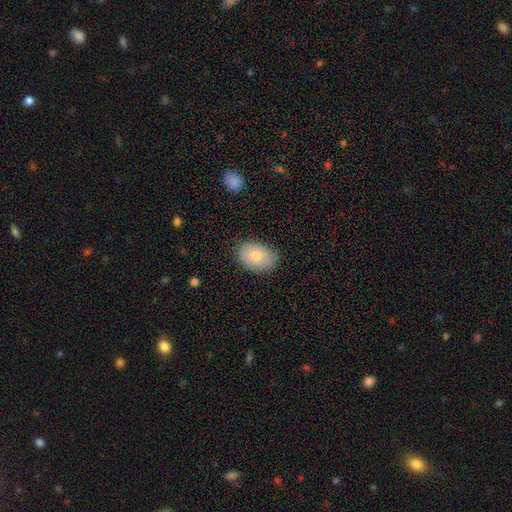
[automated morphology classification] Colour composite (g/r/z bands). It shows a smooth galaxy with no disk features (77%) that is in between round and cigar-shaped (83%). Merging: none (81%).